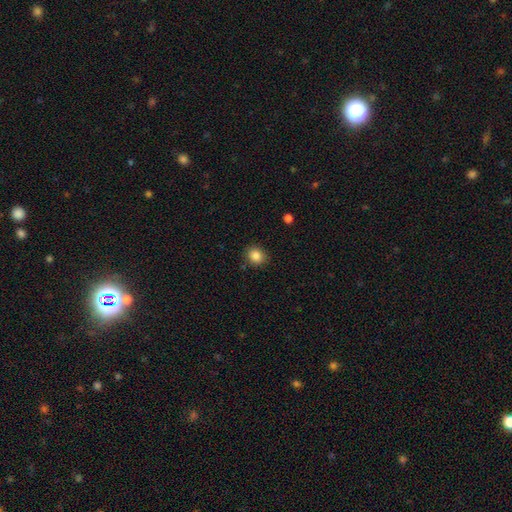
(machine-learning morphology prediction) A smooth galaxy with no disk features (86%) that is round (70%).

Vote fractions:
- Smooth or featured? smooth: 86% / star or artifact: 10% / featured or disk: 5%
- How rounded? round: 70% / in between: 29% / cigar-shaped: 1%
- Merging? none: 87% / minor disturbance: 9% / major disturbance: 2% / merger: 2%